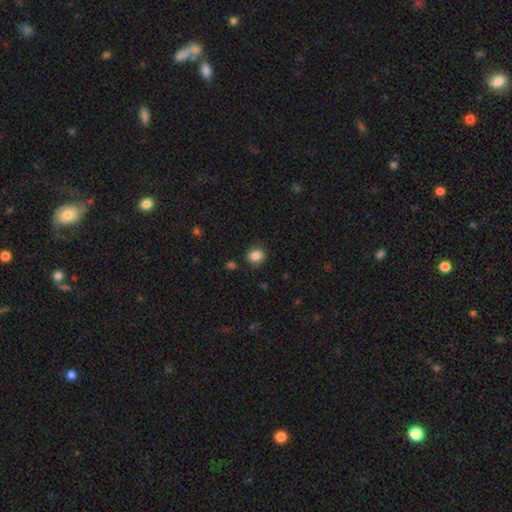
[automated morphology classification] A smooth galaxy with no disk features (85%) that is round (74%).

Vote fractions:
- Smooth or featured? smooth: 85% / star or artifact: 10% / featured or disk: 4%
- How rounded? round: 74% / in between: 25% / cigar-shaped: 1%
- Merging? none: 85% / minor disturbance: 10% / major disturbance: 3% / merger: 2%